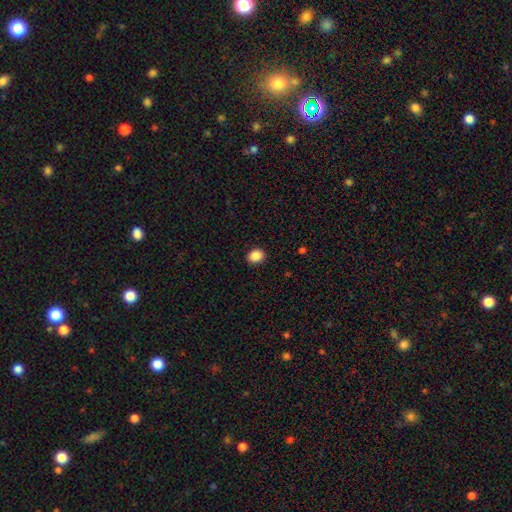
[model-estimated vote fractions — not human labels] Smooth or featured: smooth — 88% (star or artifact — 9%)
How rounded: round — 58% (in between — 41%)
Merging: none — 91% (minor disturbance — 6%)